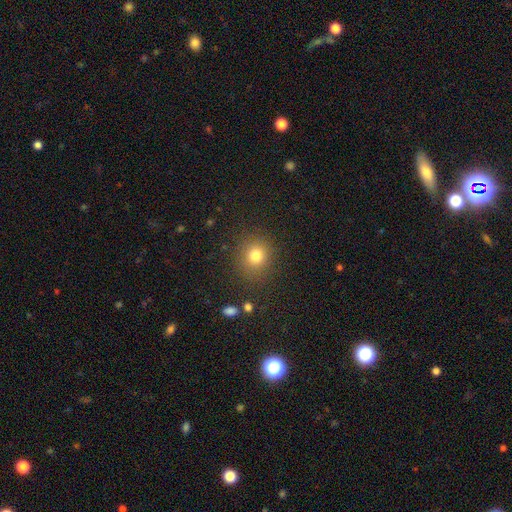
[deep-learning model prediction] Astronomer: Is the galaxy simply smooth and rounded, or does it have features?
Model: smooth — 79%.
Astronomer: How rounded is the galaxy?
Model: round — 84%.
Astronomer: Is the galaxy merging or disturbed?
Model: none — 86%.